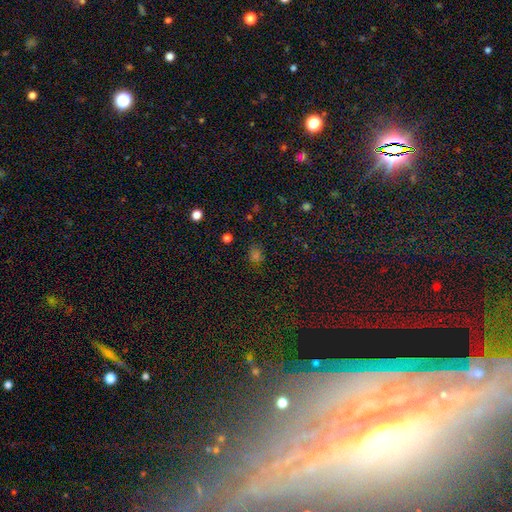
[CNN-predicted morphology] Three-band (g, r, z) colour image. It shows a smooth galaxy with no disk features (60%) that is round (54%). Merging: none (81%).